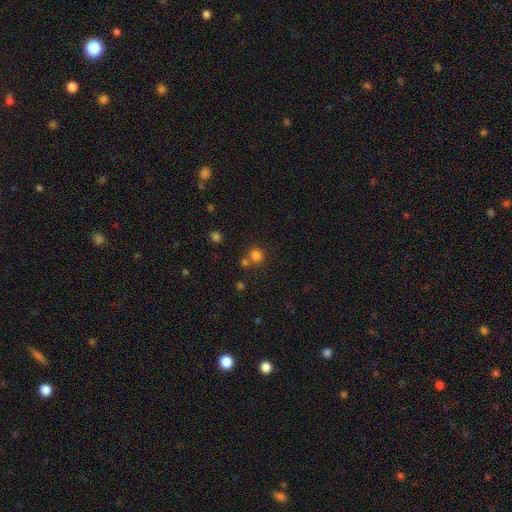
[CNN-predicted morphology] The model was most divided on "merging": none: 65%, merger: 24%, minor disturbance: 8%, major disturbance: 3%. More confident: how rounded — round (90%); smooth or featured — smooth (79%).